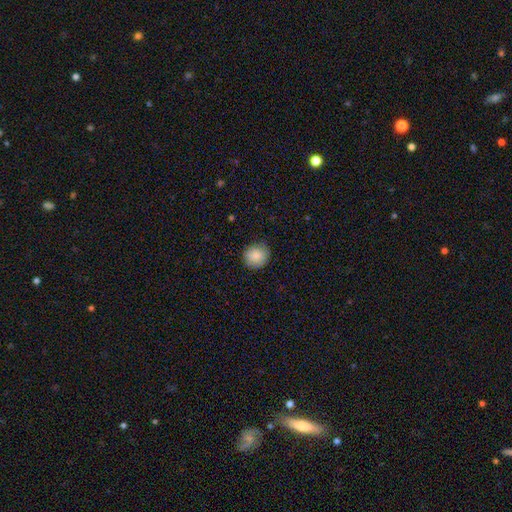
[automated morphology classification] smooth_or_featured: smooth (p=0.87) [alt: star or artifact p=0.08]
how_rounded: round (p=0.85) [alt: in between p=0.14]
merging: none (p=0.85) [alt: minor disturbance p=0.11]